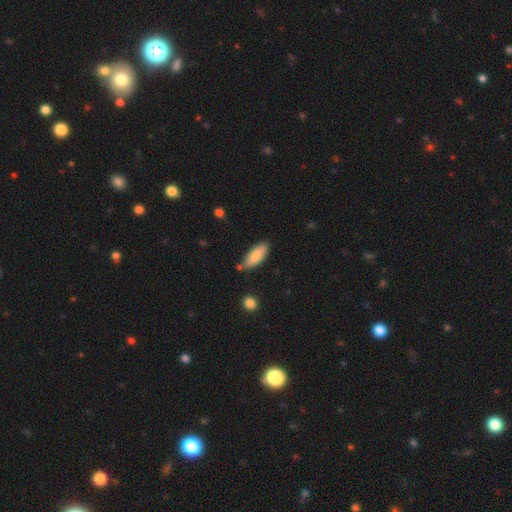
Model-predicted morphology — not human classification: type=smooth (82%); roundness=in between (76%); merging=none (77%).